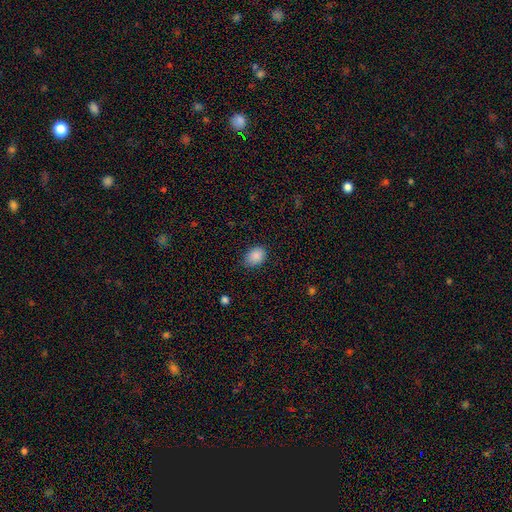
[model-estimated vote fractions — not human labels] Smooth or featured? Predicted: smooth (p=0.88). How rounded? Predicted: in between (p=0.68). Merging? Predicted: none (p=0.73).